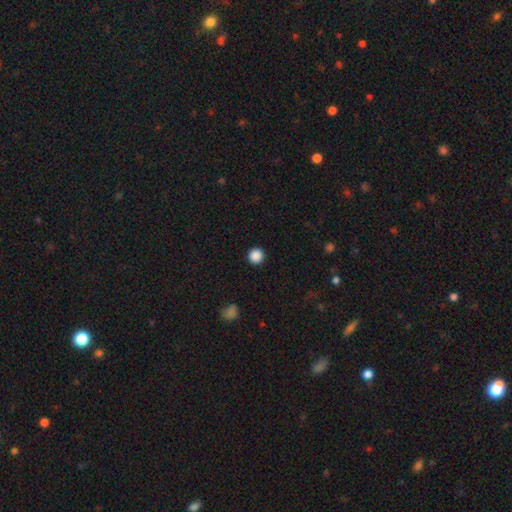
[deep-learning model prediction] Q: Smooth or featured?
A: smooth (88%); runner-up: star or artifact (10%)
Q: How rounded?
A: round (96%); runner-up: in between (3%)
Q: Merging?
A: none (93%); runner-up: minor disturbance (4%)